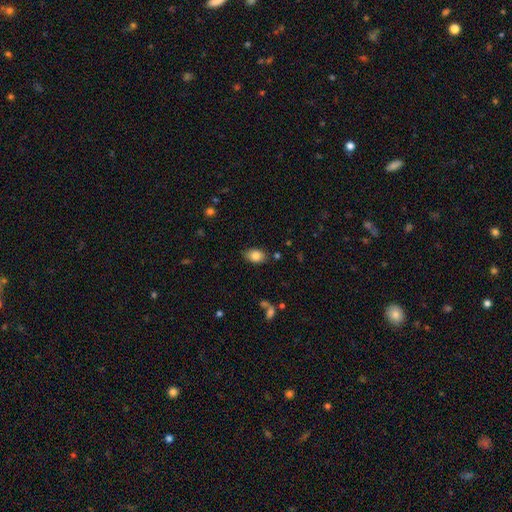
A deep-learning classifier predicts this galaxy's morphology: Overall: smooth (83%). How rounded: in between (86%). Merging: none (83%).